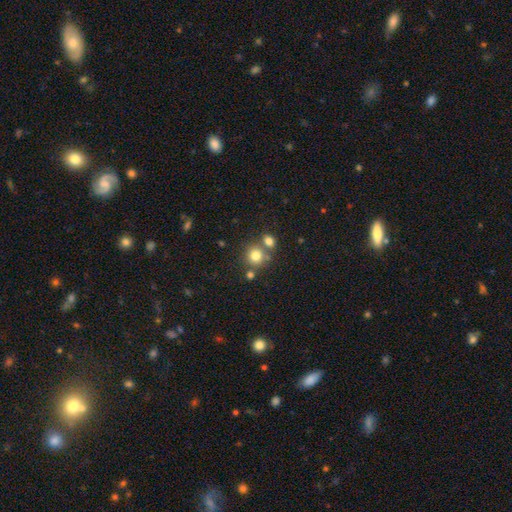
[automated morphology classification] A smooth galaxy with no disk features (78%) that is round (89%).

Vote fractions:
- Smooth or featured? smooth: 78% / star or artifact: 13% / featured or disk: 9%
- How rounded? round: 89% / in between: 10% / cigar-shaped: 1%
- Merging? none: 64% / merger: 24% / minor disturbance: 8% / major disturbance: 3%